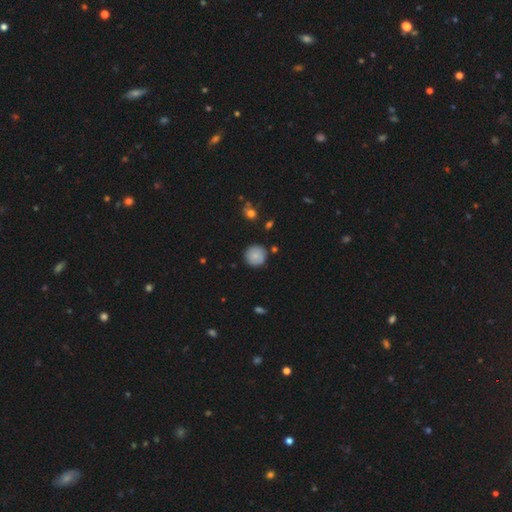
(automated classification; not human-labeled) Overall: smooth (83%). How rounded: round (95%). Merging: none (87%).